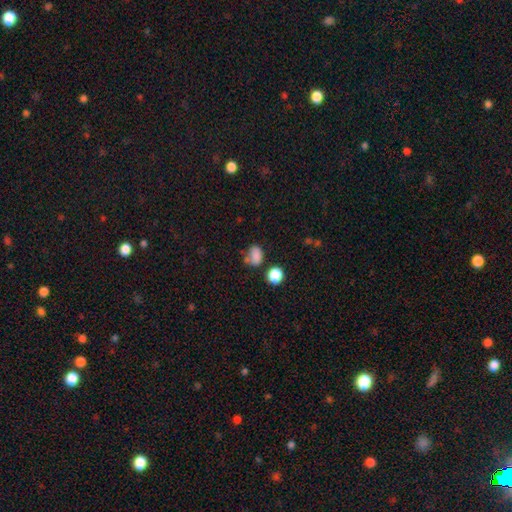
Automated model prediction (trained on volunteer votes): Smooth or featured? smooth (78%)
How rounded? in between (72%)
Merging? none (47%)